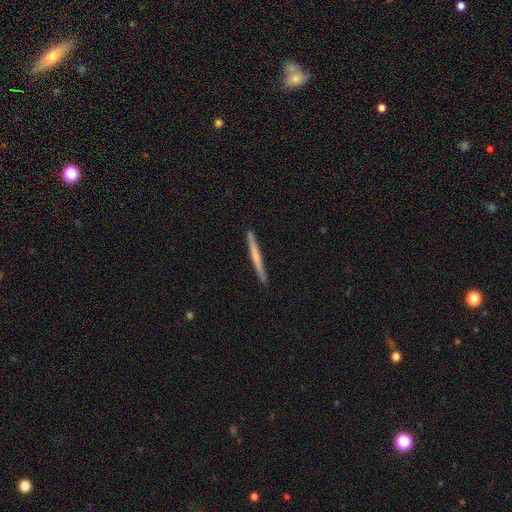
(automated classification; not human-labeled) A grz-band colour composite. It shows a smooth galaxy with no disk features (50%) that is cigar-shaped (97%). Merging: none (91%).